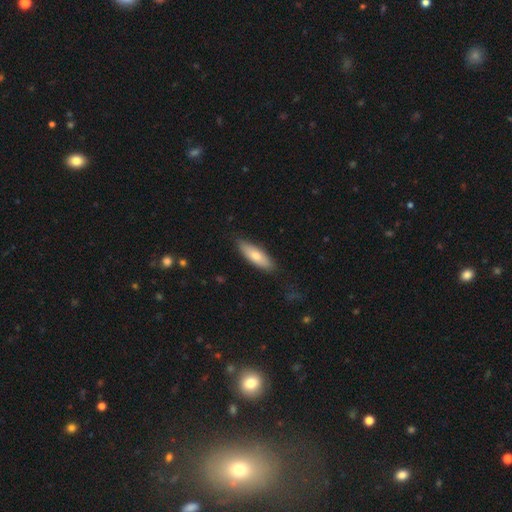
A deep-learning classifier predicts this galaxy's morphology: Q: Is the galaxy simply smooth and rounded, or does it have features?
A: smooth — 71%.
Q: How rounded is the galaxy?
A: in between — 54%.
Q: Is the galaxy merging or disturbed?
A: none — 84%.